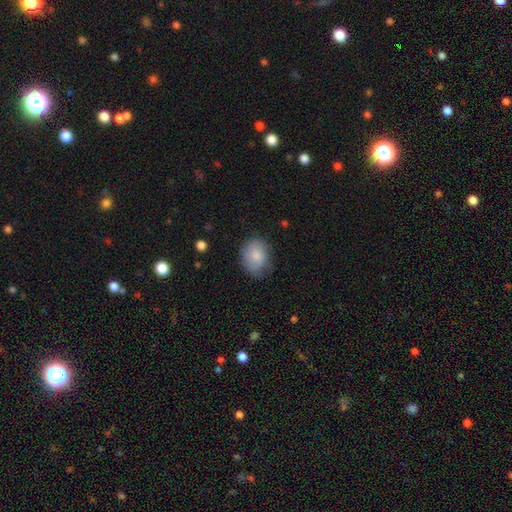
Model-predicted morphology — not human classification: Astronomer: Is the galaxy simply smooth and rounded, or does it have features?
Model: smooth — 78%.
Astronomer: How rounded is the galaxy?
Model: in between — 58% (runner-up: round, 41%).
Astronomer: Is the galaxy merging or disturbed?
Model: none — 67%.